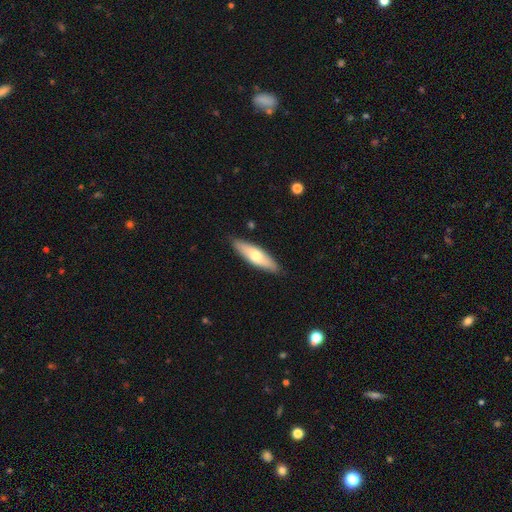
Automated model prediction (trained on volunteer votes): A smooth galaxy with no disk features (61%) that is cigar-shaped (55%). Merging: none (86%).